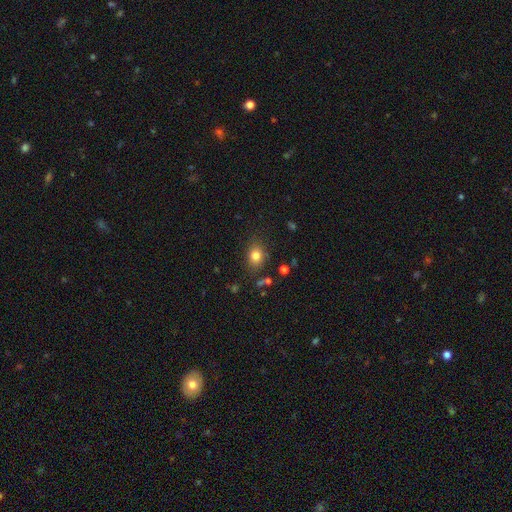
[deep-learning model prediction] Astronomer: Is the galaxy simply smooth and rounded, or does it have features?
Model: smooth — 81%.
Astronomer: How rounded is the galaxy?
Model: round — 50% (runner-up: in between, 49%).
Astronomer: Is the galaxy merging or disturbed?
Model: none — 80%.